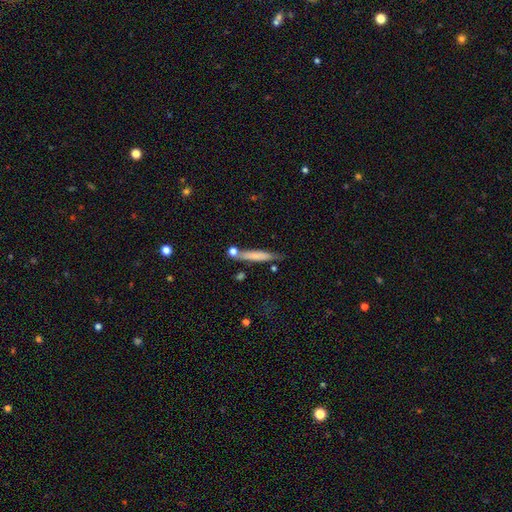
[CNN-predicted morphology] Smooth or featured?
  - smooth: 66% *
  - featured or disk: 27%
  - star or artifact: 7%
How rounded?
  - cigar-shaped: 92% *
  - in between: 7%
  - round: 2%
Merging?
  - none: 70% *
  - minor disturbance: 16%
  - merger: 11%
  - major disturbance: 4%